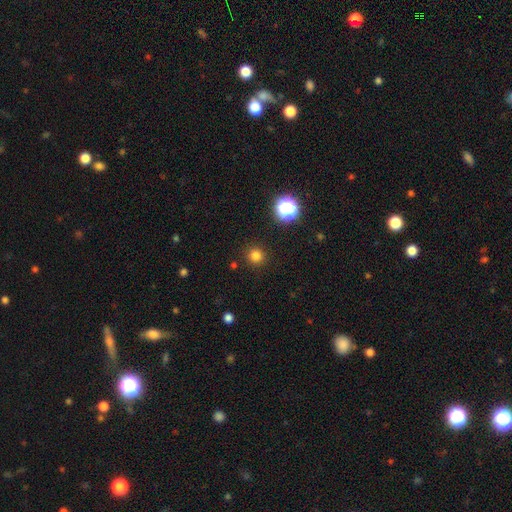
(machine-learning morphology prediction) A smooth galaxy with no disk features (80%) that is round (95%). Merging: none (92%).